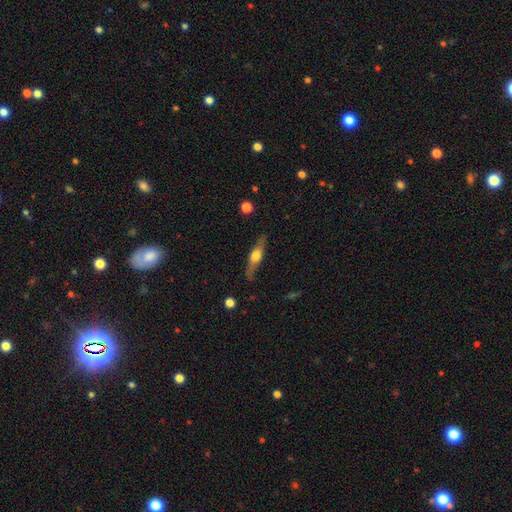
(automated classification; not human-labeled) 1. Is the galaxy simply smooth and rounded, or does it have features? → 61% featured or disk, 33% smooth, 6% star or artifact.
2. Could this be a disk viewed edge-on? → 92% yes, 8% no.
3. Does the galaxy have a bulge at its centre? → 92% rounded, 5% boxy, 3% none.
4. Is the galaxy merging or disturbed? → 82% none, 13% minor disturbance, 3% major disturbance, 2% merger.